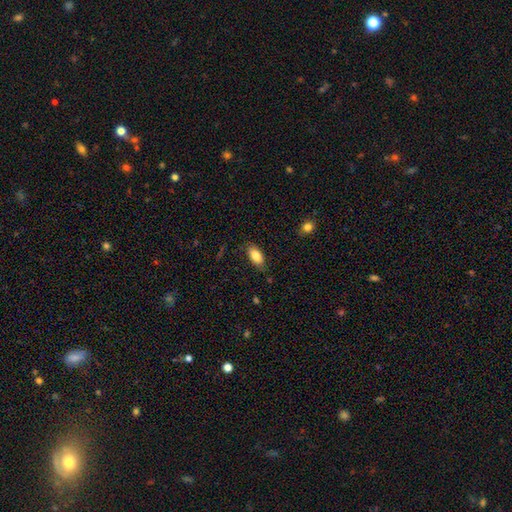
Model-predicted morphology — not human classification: This appears to be a smooth galaxy with no disk features (84%) that is in between round and cigar-shaped (91%). Merging: none (80%).